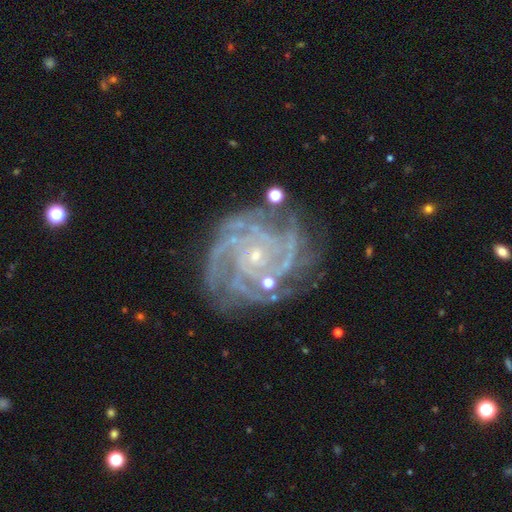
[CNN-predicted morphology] This appears to be a featured or disk galaxy (92%) with no bar (76%), 4 (32%) tight (74%) spiral arms (98%) and a small central bulge (87%). Merging: none (74%).